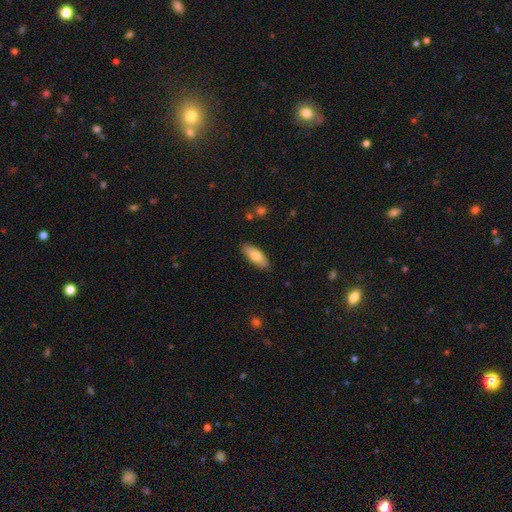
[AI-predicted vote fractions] smooth 76%, featured or disk 17%, star or artifact 6%. Down the decision tree: how rounded — in between (74%); merging — none (87%).